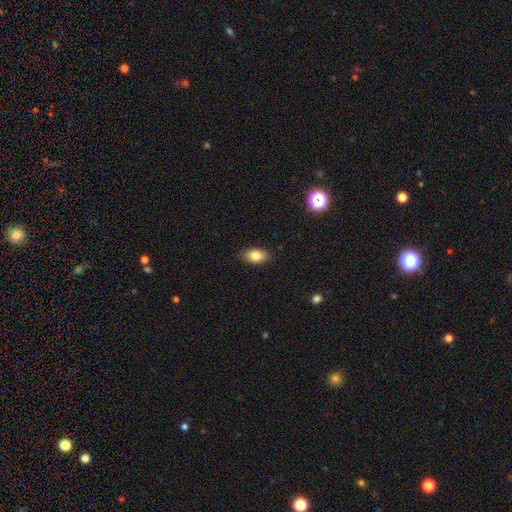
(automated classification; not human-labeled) A smooth galaxy with no disk features (83%) that is in between round and cigar-shaped (91%). Merging: none (87%).